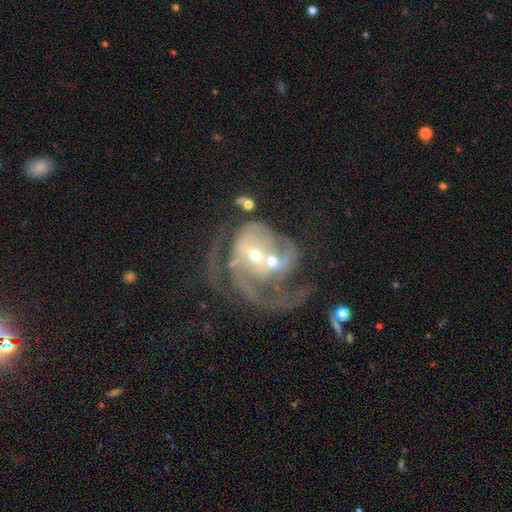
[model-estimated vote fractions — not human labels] This is clearly a featured or disk galaxy (83%). It is clearly not viewed edge-on (98%). Bar: possibly no (52%). Spiral arm pattern: clearly yes (89%). Spiral arm count: possibly 2 (48%). Spiral winding: possibly medium (46%). Central bulge: possibly small (48%). Merging: possibly merger (46%).